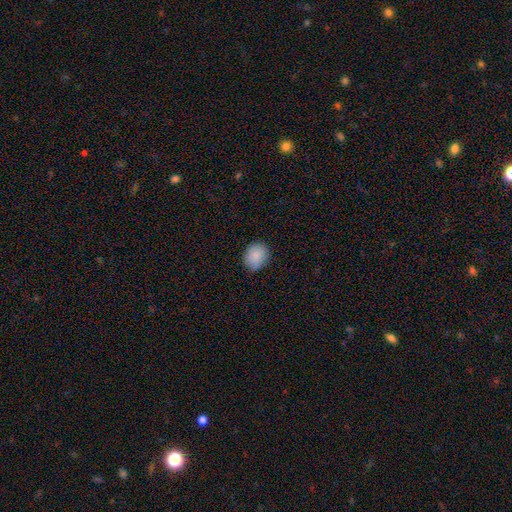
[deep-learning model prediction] Smooth or featured?
  - smooth: 87% *
  - star or artifact: 8%
  - featured or disk: 5%
How rounded?
  - round: 59% *
  - in between: 40%
  - cigar-shaped: 1%
Merging?
  - none: 81% *
  - minor disturbance: 16%
  - major disturbance: 3%
  - merger: 1%